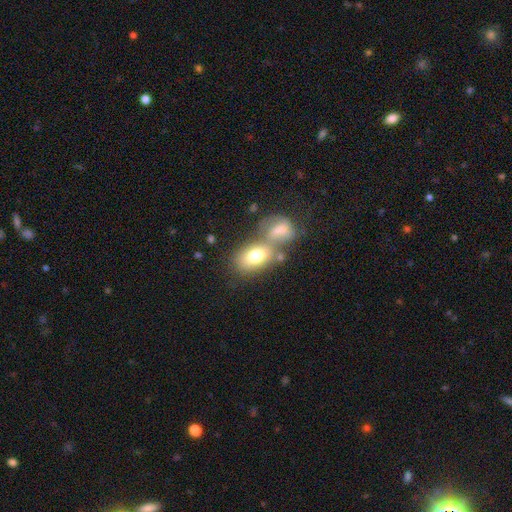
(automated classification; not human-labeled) Morphology: type=smooth (61%); roundness=in between (58%); merging=merger (64%).